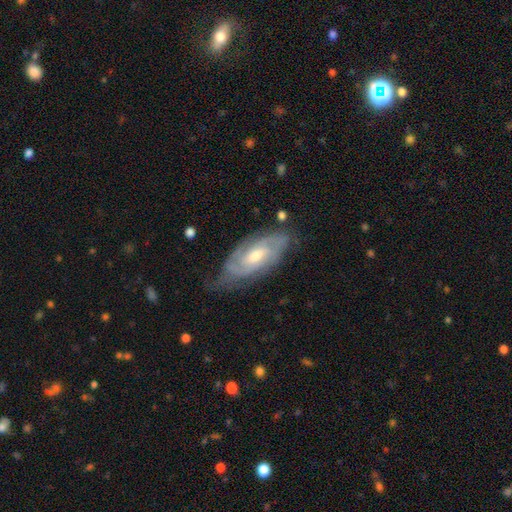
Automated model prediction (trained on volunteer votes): Q: Smooth or featured?
A: featured or disk (83%); runner-up: smooth (12%)
Q: Edge-on disk?
A: no (93%); runner-up: yes (7%)
Q: Bar?
A: no (49%); runner-up: weak (42%)
Q: Spiral arms?
A: yes (95%); runner-up: no (5%)
Q: Spiral winding?
A: tight (59%); runner-up: medium (33%)
Q: Spiral arm count?
A: 2 (43%); runner-up: can't tell (26%)
Q: Bulge size?
A: moderate (60%); runner-up: small (33%)
Q: Merging?
A: none (66%); runner-up: minor disturbance (25%)